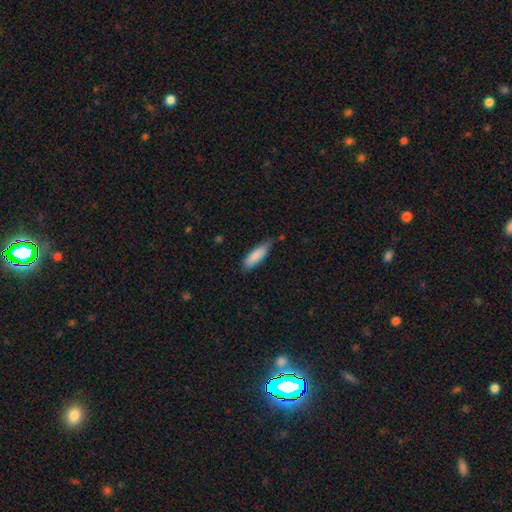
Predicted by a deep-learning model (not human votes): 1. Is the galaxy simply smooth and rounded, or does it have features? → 86% smooth, 8% featured or disk, 6% star or artifact.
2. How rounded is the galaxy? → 52% cigar-shaped, 46% in between, 1% round.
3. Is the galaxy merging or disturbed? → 67% none, 27% minor disturbance, 4% major disturbance, 2% merger.